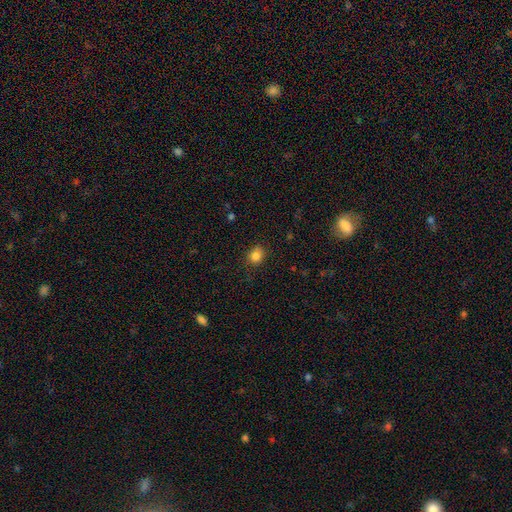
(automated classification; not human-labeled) Q: Smooth or featured?
A: smooth (84%); runner-up: star or artifact (12%)
Q: How rounded?
A: round (66%); runner-up: in between (33%)
Q: Merging?
A: none (83%); runner-up: minor disturbance (13%)